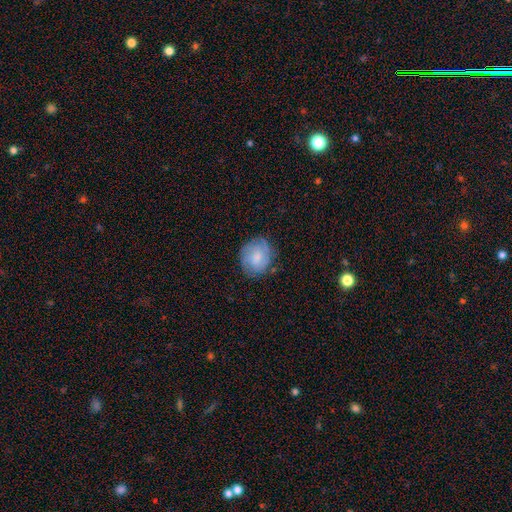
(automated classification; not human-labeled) The model was most divided on "smooth or featured": smooth: 52%, featured or disk: 39%, star or artifact: 9%. More confident: merging — none (76%); how rounded — round (67%).